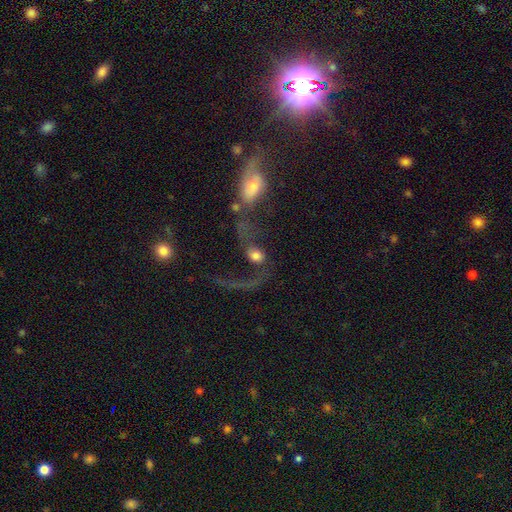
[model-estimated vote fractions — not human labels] This is possibly a featured or disk galaxy (48%). Merging: marginally merger (41%).